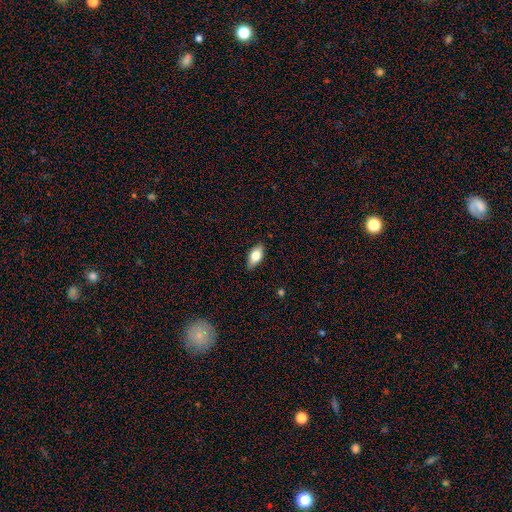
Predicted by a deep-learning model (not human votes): Smooth or featured?
  - smooth: 76% *
  - featured or disk: 17%
  - star or artifact: 7%
How rounded?
  - in between: 90% *
  - cigar-shaped: 6%
  - round: 4%
Merging?
  - none: 84% *
  - minor disturbance: 12%
  - major disturbance: 2%
  - merger: 1%